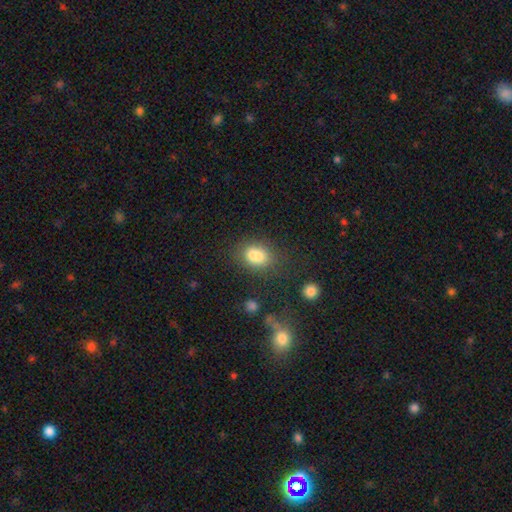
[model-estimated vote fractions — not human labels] A smooth galaxy with no disk features (76%) that is in between round and cigar-shaped (57%).

Vote fractions:
- Smooth or featured? smooth: 76% / featured or disk: 12% / star or artifact: 11%
- How rounded? in between: 57% / round: 42% / cigar-shaped: 1%
- Merging? none: 49% / merger: 29% / minor disturbance: 15% / major disturbance: 6%